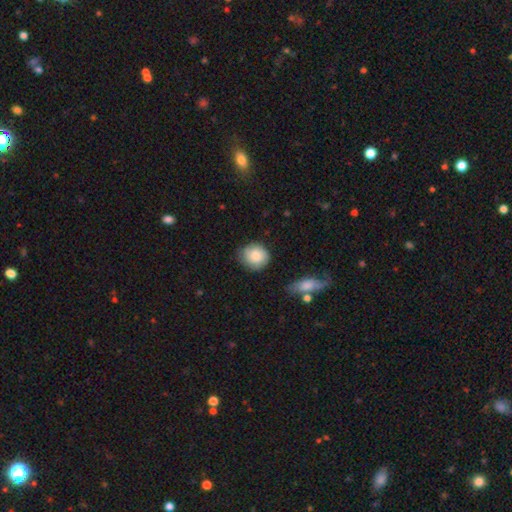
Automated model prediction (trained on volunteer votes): Overall: smooth (68%). How rounded: round (82%). Merging: none (73%).